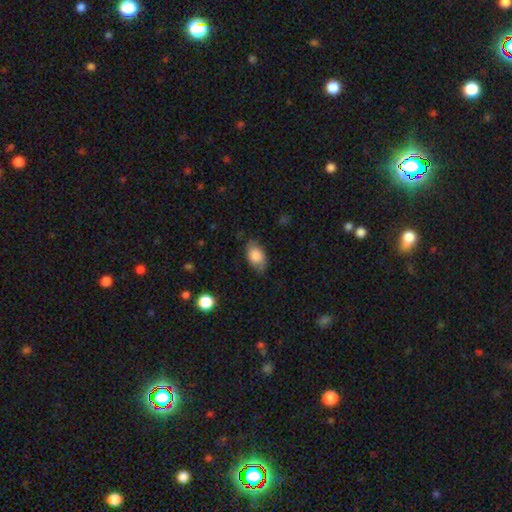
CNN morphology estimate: type=smooth (83%); roundness=in between (90%); merging=none (75%).